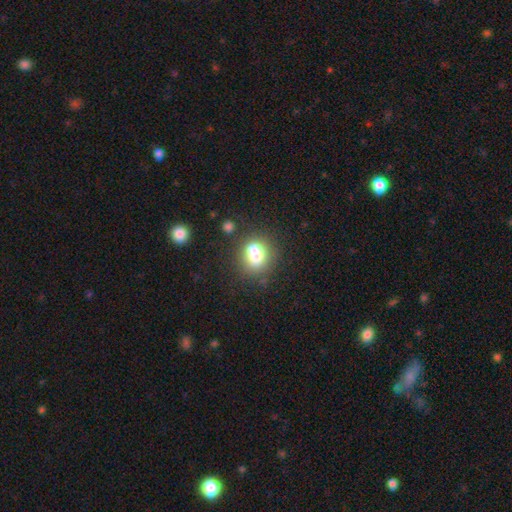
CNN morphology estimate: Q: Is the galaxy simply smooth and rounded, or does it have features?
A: smooth — 69%.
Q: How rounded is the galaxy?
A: round — 71%.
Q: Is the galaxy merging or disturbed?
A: none — 44%.